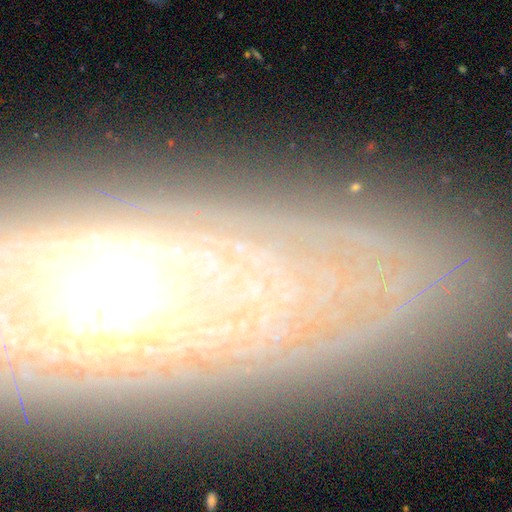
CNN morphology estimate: Q: Smooth or featured?
A: featured or disk (73%); runner-up: smooth (14%)
Q: Edge-on disk?
A: no (64%); runner-up: yes (36%)
Q: Merging?
A: none (80%); runner-up: minor disturbance (13%)